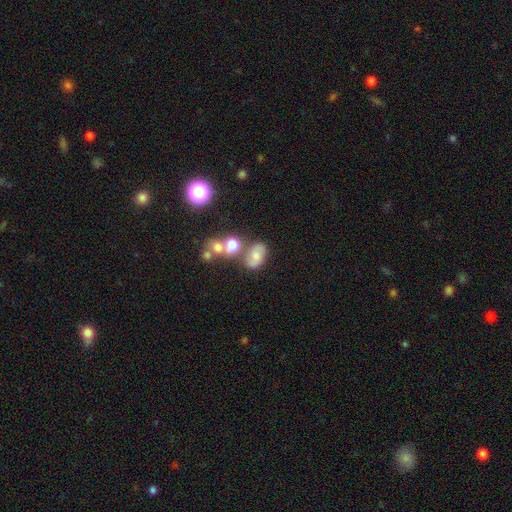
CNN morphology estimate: Overall: smooth (58%; featured or disk 29%). How rounded: in between (74%). Merging: none (48%; merger 28%).